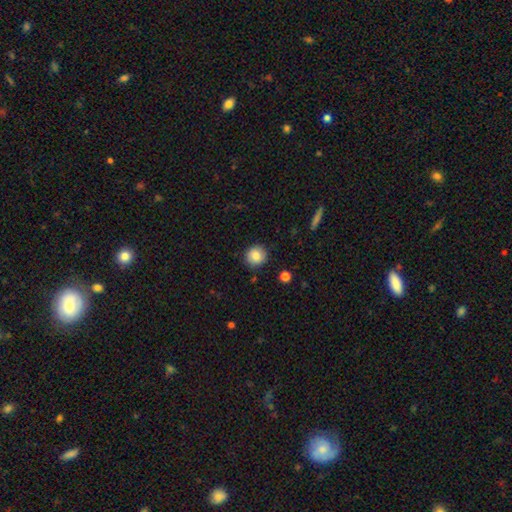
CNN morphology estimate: A smooth galaxy with no disk features (84%) that is round (91%).

Vote fractions:
- Smooth or featured? smooth: 84% / star or artifact: 9% / featured or disk: 7%
- How rounded? round: 91% / in between: 8% / cigar-shaped: 1%
- Merging? none: 88% / minor disturbance: 8% / major disturbance: 2% / merger: 2%